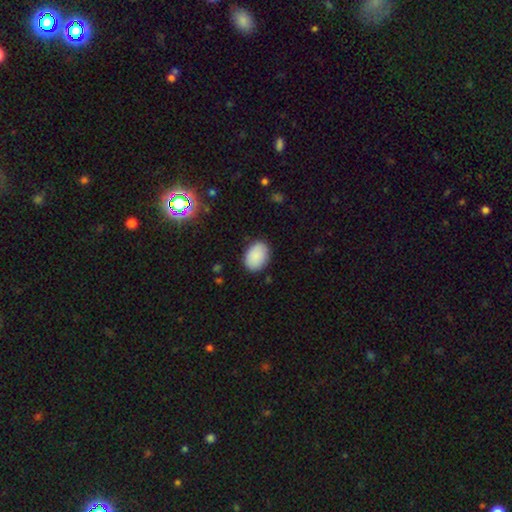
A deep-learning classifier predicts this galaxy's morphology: smooth 89%, star or artifact 7%, featured or disk 5%. Down the decision tree: how rounded — in between (79%); merging — none (85%).